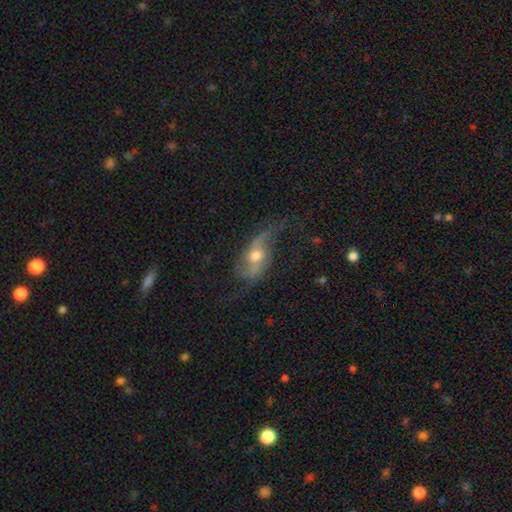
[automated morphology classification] type=featured or disk (76%); edge-on=no (90%); bar=no (50%); spiral arms=yes (88%); winding=loose (77%); arm count=2 (85%); bulge=moderate (71%); merging=none (54%).